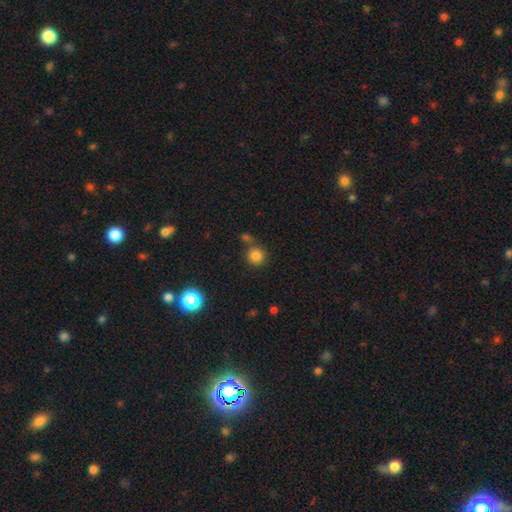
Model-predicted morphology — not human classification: Smooth or featured?
  - smooth: 81% *
  - star or artifact: 13%
  - featured or disk: 6%
How rounded?
  - round: 92% *
  - in between: 7%
  - cigar-shaped: 1%
Merging?
  - none: 70% *
  - merger: 17%
  - minor disturbance: 10%
  - major disturbance: 3%